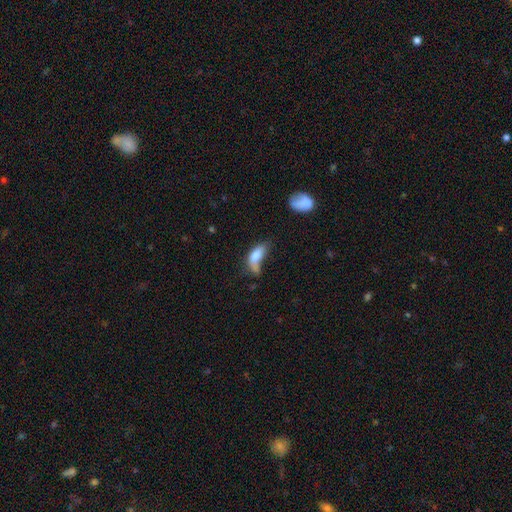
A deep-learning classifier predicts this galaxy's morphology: Smooth or featured: smooth — 73% (featured or disk — 18%)
How rounded: in between — 81% (cigar-shaped — 15%)
Merging: major disturbance — 34% (minor disturbance — 26%)